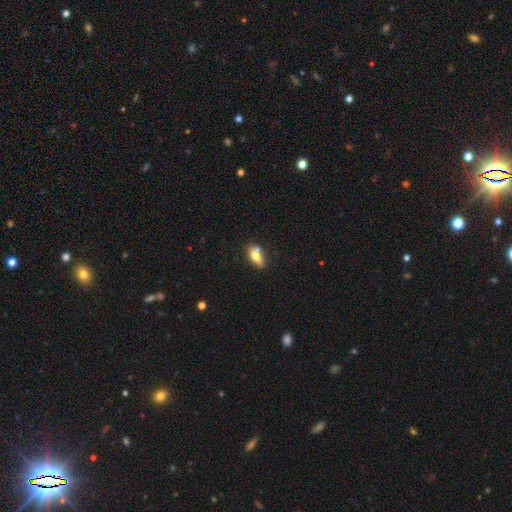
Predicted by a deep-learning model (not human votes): Smooth or featured? Predicted: smooth (p=0.66). How rounded? Predicted: in between (p=0.78). Merging? Predicted: none (p=0.58).